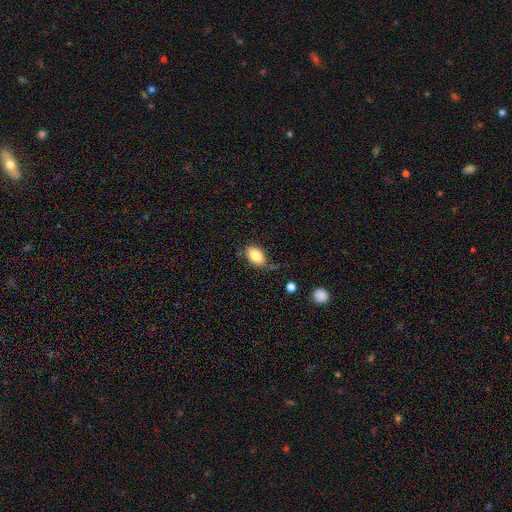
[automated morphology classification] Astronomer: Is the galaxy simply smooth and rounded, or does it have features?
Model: smooth — 81%.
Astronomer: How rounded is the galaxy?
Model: in between — 86%.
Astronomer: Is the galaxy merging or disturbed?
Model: none — 69%.